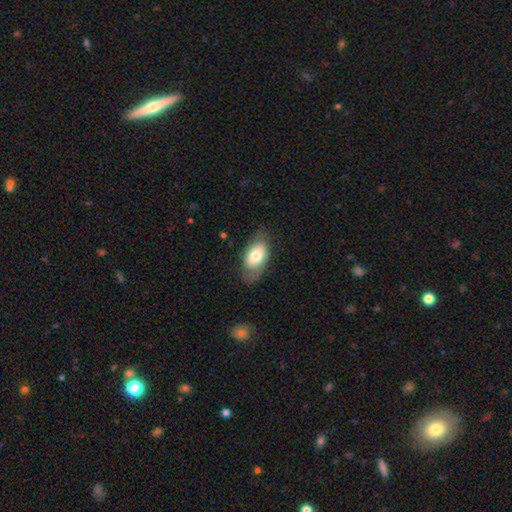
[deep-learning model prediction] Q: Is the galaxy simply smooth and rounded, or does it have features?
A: smooth — 65%.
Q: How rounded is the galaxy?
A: in between — 92%.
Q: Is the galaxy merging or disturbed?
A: none — 69%.